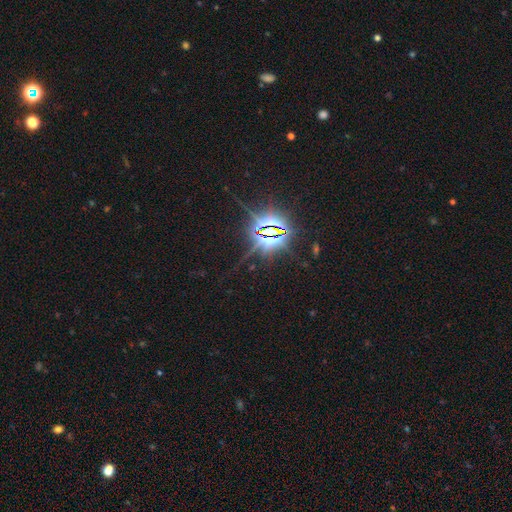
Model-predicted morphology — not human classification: Smooth or featured: star or artifact — 87% (smooth — 7%)